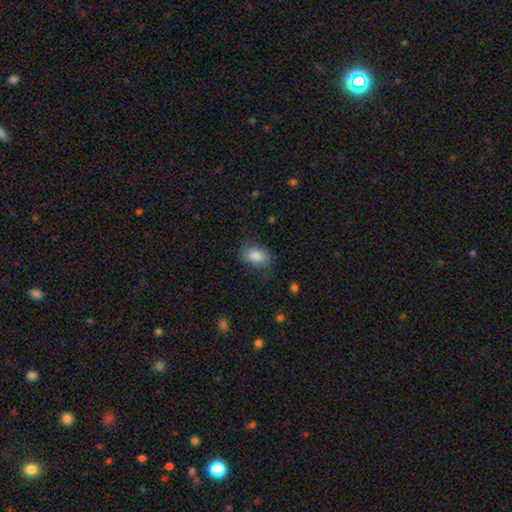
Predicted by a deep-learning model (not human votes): A smooth galaxy with no disk features (85%) that is in between round and cigar-shaped (84%).

Vote fractions:
- Smooth or featured? smooth: 85% / star or artifact: 8% / featured or disk: 7%
- How rounded? in between: 84% / round: 14% / cigar-shaped: 2%
- Merging? none: 75% / minor disturbance: 18% / major disturbance: 6% / merger: 1%